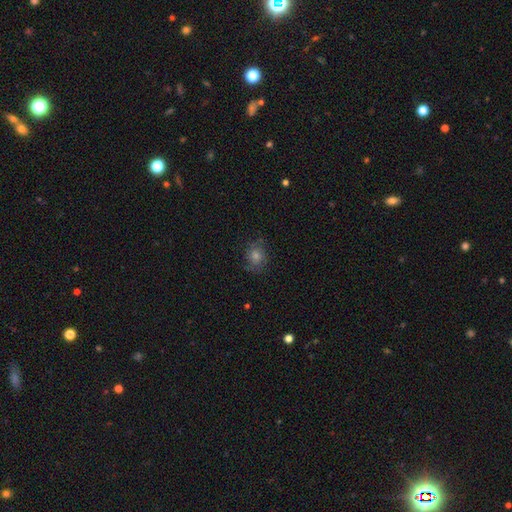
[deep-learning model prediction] Smooth or featured: smooth — 50% (featured or disk — 27%)
Merging: none — 74% (minor disturbance — 17%)